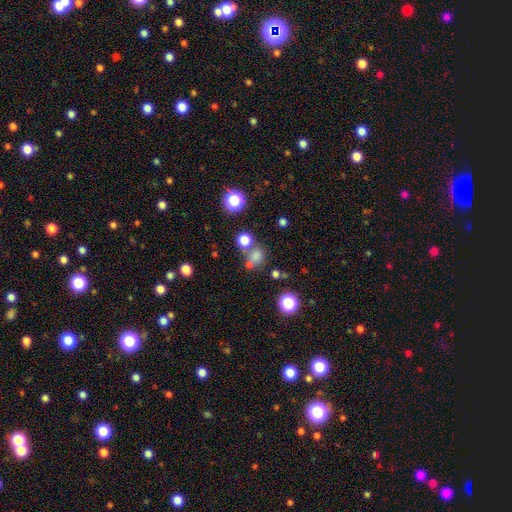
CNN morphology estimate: Smooth or featured?
  - smooth: 71% *
  - star or artifact: 21%
  - featured or disk: 9%
How rounded?
  - round: 75% *
  - in between: 24%
  - cigar-shaped: 1%
Merging?
  - none: 55% *
  - merger: 27%
  - minor disturbance: 11%
  - major disturbance: 7%